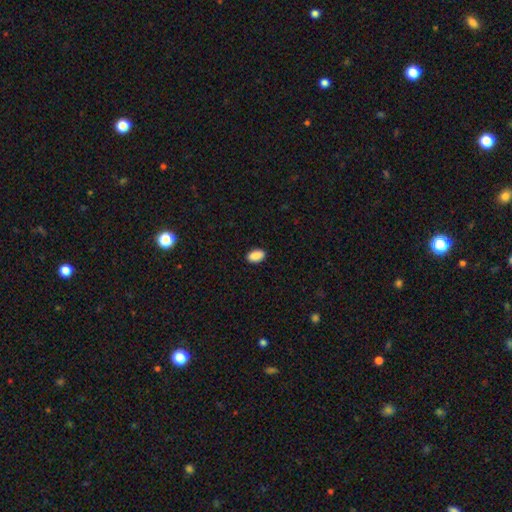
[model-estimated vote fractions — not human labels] This appears to be a smooth galaxy with no disk features (90%) that is in between round and cigar-shaped (92%). Merging: none (89%).